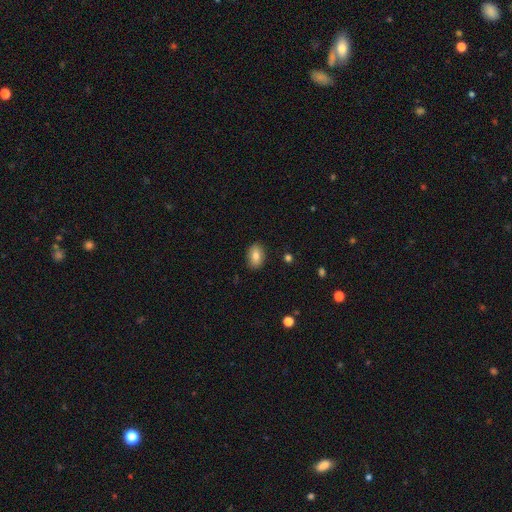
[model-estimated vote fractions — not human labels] Smooth or featured: smooth — 80% (featured or disk — 12%)
How rounded: in between — 86% (round — 13%)
Merging: none — 87% (minor disturbance — 9%)